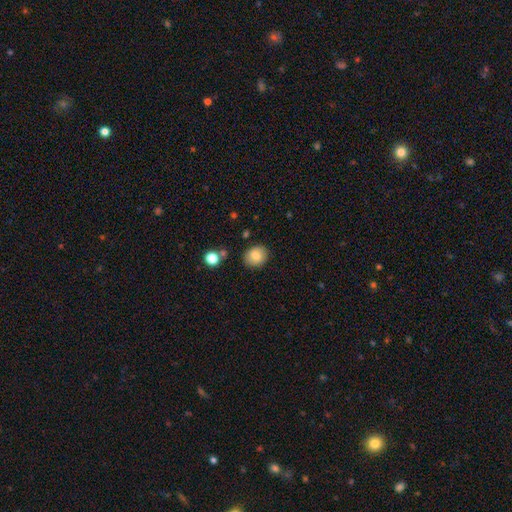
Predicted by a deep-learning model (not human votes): A smooth galaxy with no disk features (81%) that is round (62%).

Vote fractions:
- Smooth or featured? smooth: 81% / featured or disk: 10% / star or artifact: 9%
- How rounded? round: 62% / in between: 37% / cigar-shaped: 1%
- Merging? none: 84% / minor disturbance: 11% / merger: 3% / major disturbance: 3%